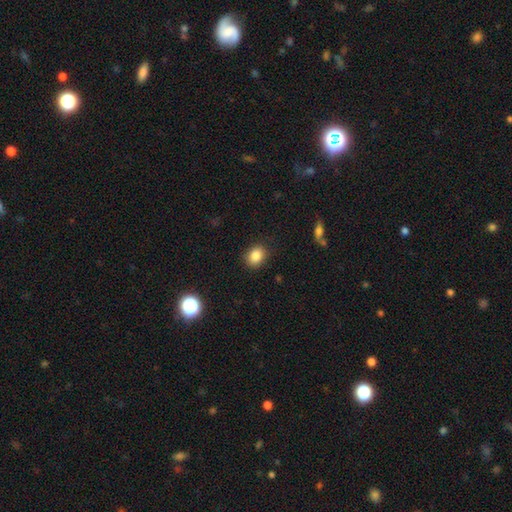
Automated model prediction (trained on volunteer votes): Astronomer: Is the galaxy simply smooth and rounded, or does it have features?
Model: smooth — 85%.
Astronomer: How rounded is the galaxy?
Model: in between — 53% (runner-up: round, 46%).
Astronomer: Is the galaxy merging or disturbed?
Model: none — 87%.